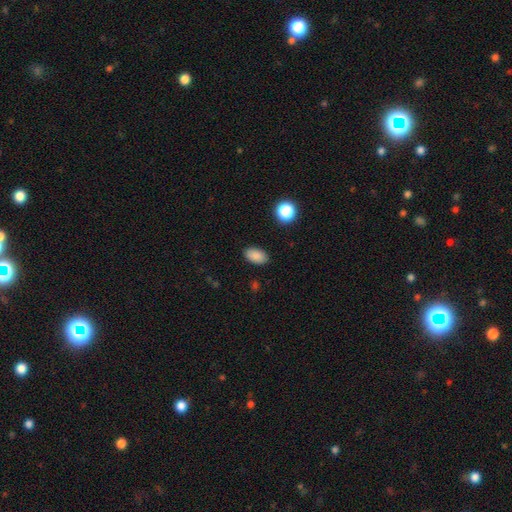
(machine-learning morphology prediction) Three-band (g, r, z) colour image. It shows a smooth galaxy with no disk features (87%) that is in between round and cigar-shaped (91%). Merging: none (88%).